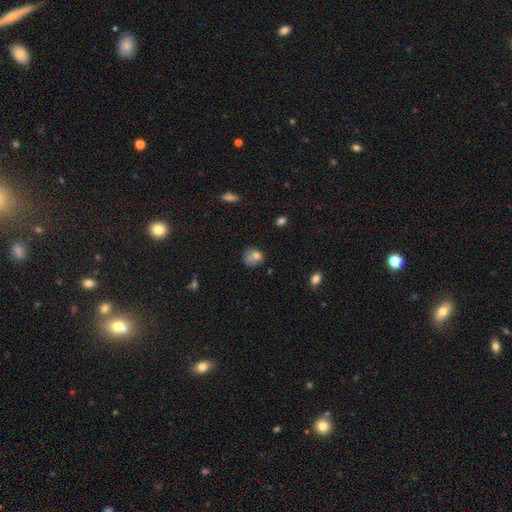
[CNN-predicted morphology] Smooth or featured?
  - smooth: 71% *
  - featured or disk: 17%
  - star or artifact: 11%
How rounded?
  - round: 64% *
  - in between: 35%
  - cigar-shaped: 1%
Merging?
  - none: 45% *
  - minor disturbance: 31%
  - major disturbance: 17%
  - merger: 8%